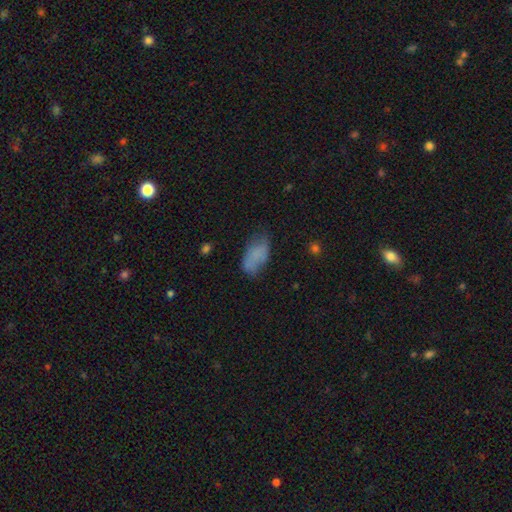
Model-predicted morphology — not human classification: This is likely a smooth galaxy (77%). How rounded: clearly in between (93%). Merging: possibly none (53%).